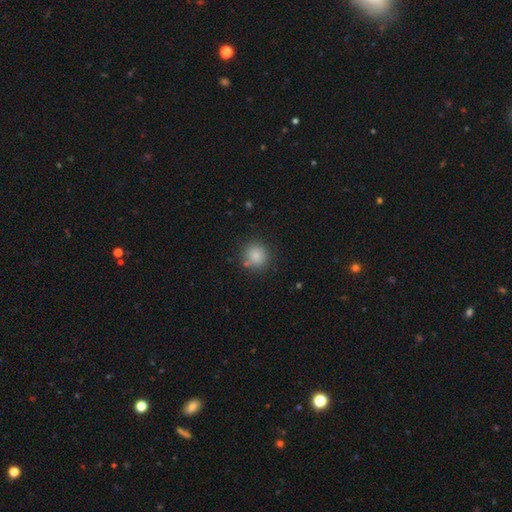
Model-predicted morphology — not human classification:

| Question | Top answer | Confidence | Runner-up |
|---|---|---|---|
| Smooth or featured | smooth | 84% | star or artifact (10%) |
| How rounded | round | 90% | in between (9%) |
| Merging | none | 80% | minor disturbance (11%) |